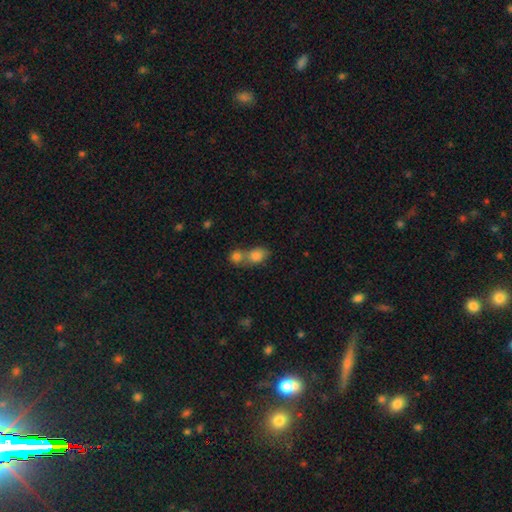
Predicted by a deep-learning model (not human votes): Smooth or featured?
  - smooth: 81% *
  - star or artifact: 10%
  - featured or disk: 9%
How rounded?
  - in between: 59% *
  - round: 38%
  - cigar-shaped: 3%
Merging?
  - merger: 62% *
  - none: 27%
  - minor disturbance: 7%
  - major disturbance: 4%